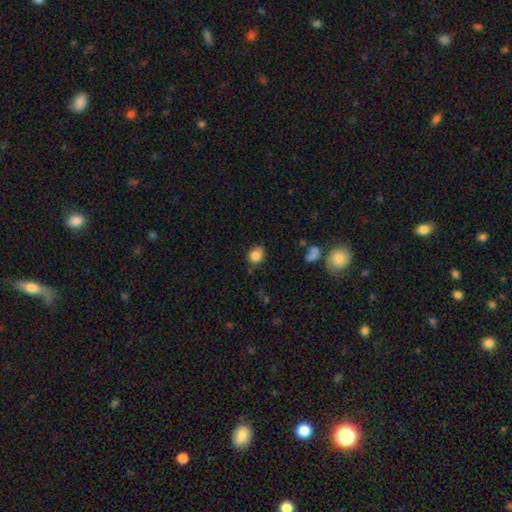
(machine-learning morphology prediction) smooth_or_featured: smooth (p=0.83) [alt: star or artifact p=0.10]
how_rounded: round (p=0.63) [alt: in between p=0.35]
merging: none (p=0.70) [alt: minor disturbance p=0.22]